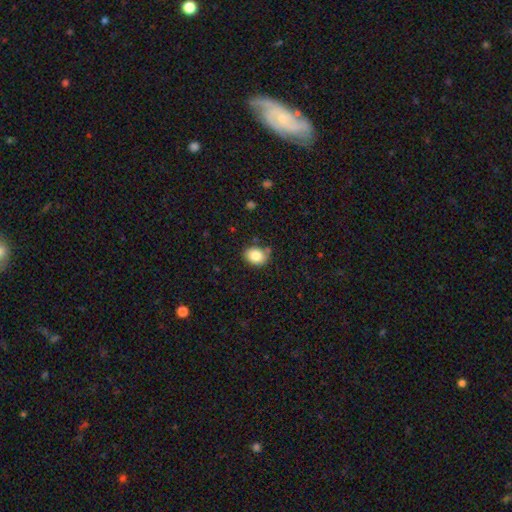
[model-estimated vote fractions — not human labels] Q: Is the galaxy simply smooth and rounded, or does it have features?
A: smooth — 83%.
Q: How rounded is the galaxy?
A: in between — 61%.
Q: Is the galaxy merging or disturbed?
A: none — 75%.